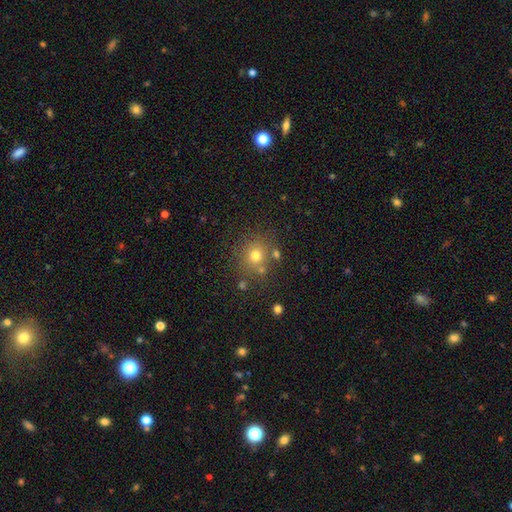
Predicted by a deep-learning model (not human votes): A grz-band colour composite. It shows a smooth galaxy with no disk features (72%) that is round (87%). Merging: none (75%).